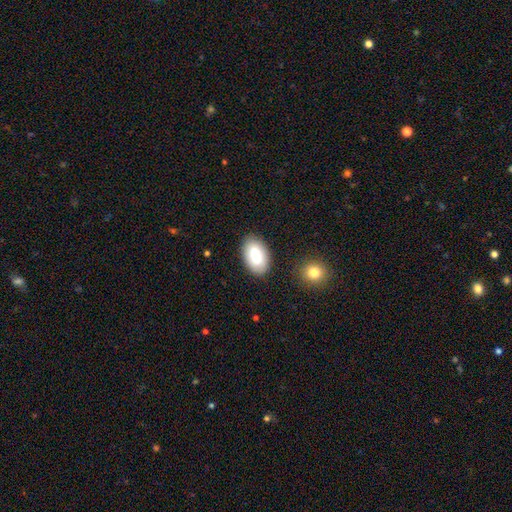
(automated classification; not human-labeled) Smooth or featured? smooth (77%)
How rounded? in between (94%)
Merging? none (84%)